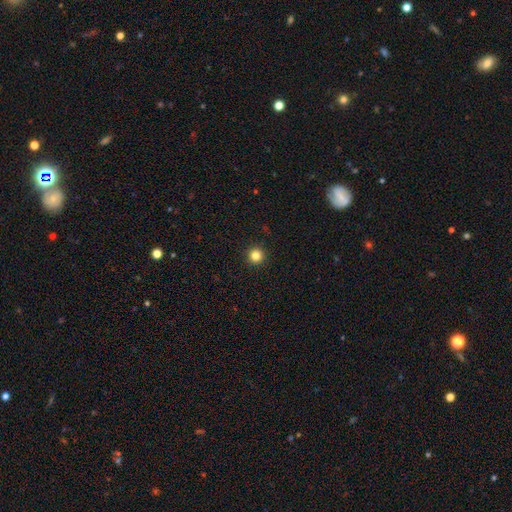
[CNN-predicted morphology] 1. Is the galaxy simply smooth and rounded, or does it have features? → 83% smooth, 12% star or artifact, 4% featured or disk.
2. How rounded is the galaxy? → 96% round, 3% in between, 1% cigar-shaped.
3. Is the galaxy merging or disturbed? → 94% none, 4% minor disturbance, 1% major disturbance, 1% merger.